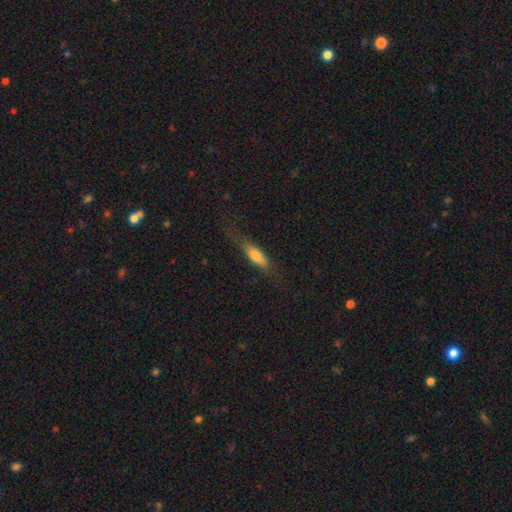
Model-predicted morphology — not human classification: Smooth or featured? Predicted: smooth (p=0.67). How rounded? Predicted: cigar-shaped (p=0.51). Merging? Predicted: none (p=0.61).